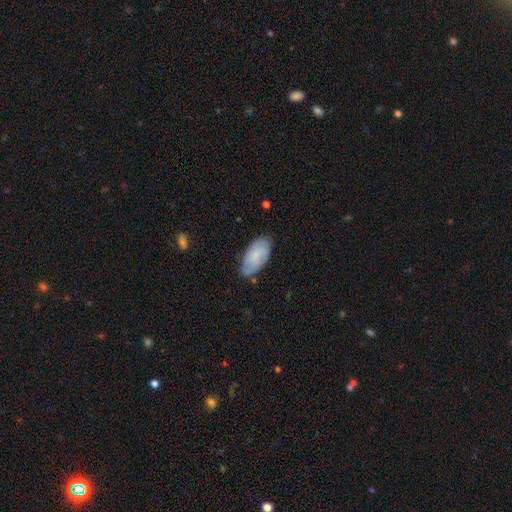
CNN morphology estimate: smooth_or_featured: smooth (p=0.73) [alt: featured or disk p=0.21]
how_rounded: in between (p=0.94) [alt: cigar-shaped p=0.04]
merging: none (p=0.73) [alt: minor disturbance p=0.21]